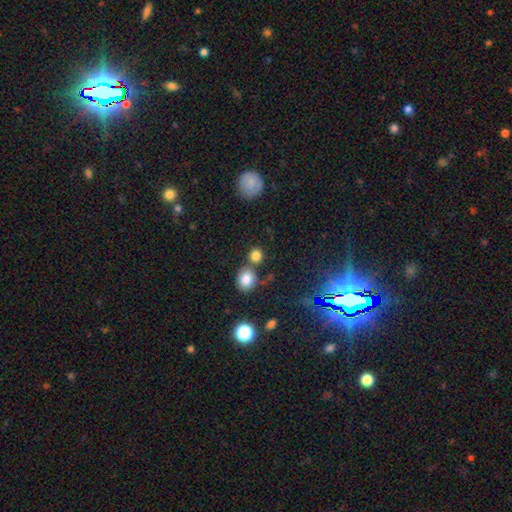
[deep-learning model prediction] smooth-or-featured: smooth: 81% | star or artifact: 13% | featured or disk: 6%
  how-rounded: round: 82% | in between: 17% | cigar-shaped: 1%
  merging: none: 63% | merger: 25% | minor disturbance: 9% | major disturbance: 3%